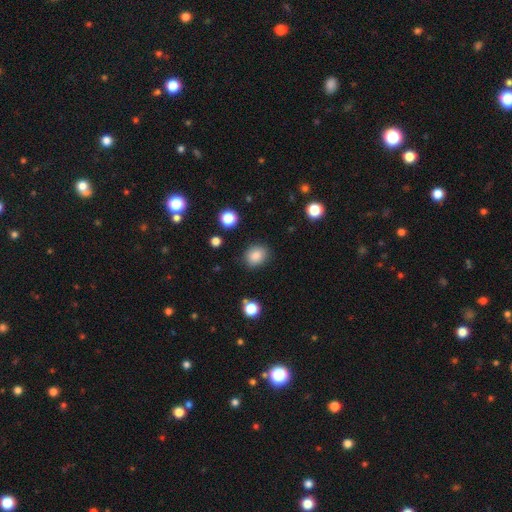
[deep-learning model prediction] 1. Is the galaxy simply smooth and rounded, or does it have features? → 85% smooth, 10% star or artifact, 5% featured or disk.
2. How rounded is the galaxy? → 54% round, 45% in between, 1% cigar-shaped.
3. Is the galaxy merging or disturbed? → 85% none, 10% minor disturbance, 3% major disturbance, 2% merger.